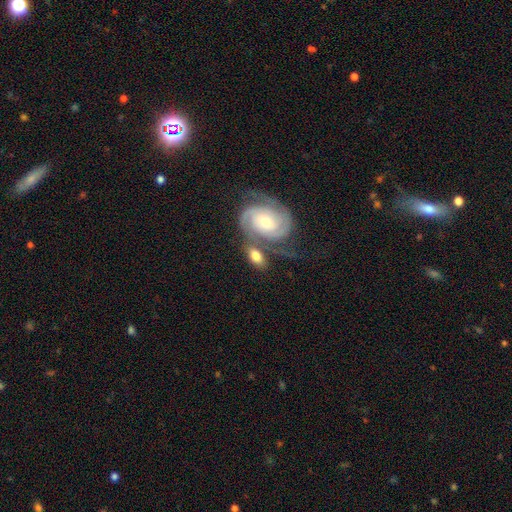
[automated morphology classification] Smooth or featured: featured or disk — 54% (smooth — 39%)
Edge-on disk: no — 94% (yes — 6%)
Bar: no — 60% (weak — 30%)
Spiral arms: yes — 90% (no — 10%)
Bulge size: moderate — 55% (small — 32%)
Merging: none — 45% (merger — 34%)